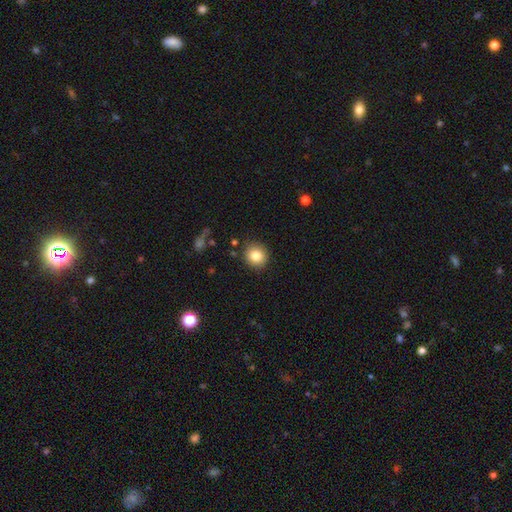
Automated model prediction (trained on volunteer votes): A smooth galaxy with no disk features (83%) that is round (88%).

Vote fractions:
- Smooth or featured? smooth: 83% / star or artifact: 10% / featured or disk: 8%
- How rounded? round: 88% / in between: 11% / cigar-shaped: 1%
- Merging? none: 88% / minor disturbance: 8% / major disturbance: 2% / merger: 2%